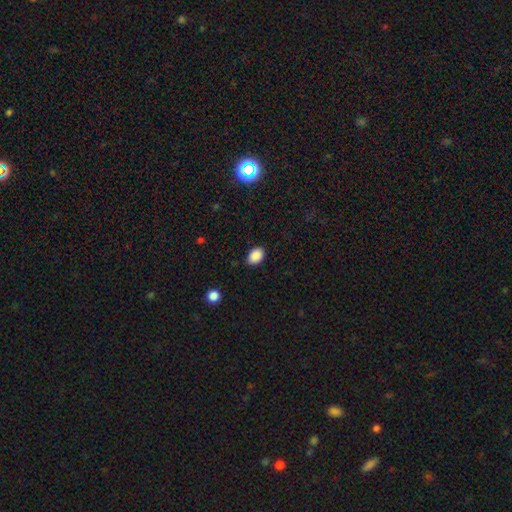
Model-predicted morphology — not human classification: Q: Smooth or featured?
A: smooth (89%); runner-up: star or artifact (8%)
Q: How rounded?
A: in between (82%); runner-up: round (17%)
Q: Merging?
A: none (84%); runner-up: minor disturbance (12%)